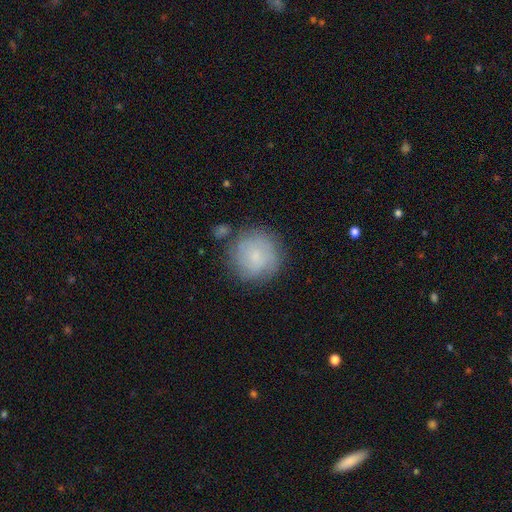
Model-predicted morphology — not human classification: Smooth or featured: smooth — 62% (featured or disk — 29%)
How rounded: round — 93% (in between — 6%)
Merging: none — 74% (minor disturbance — 16%)